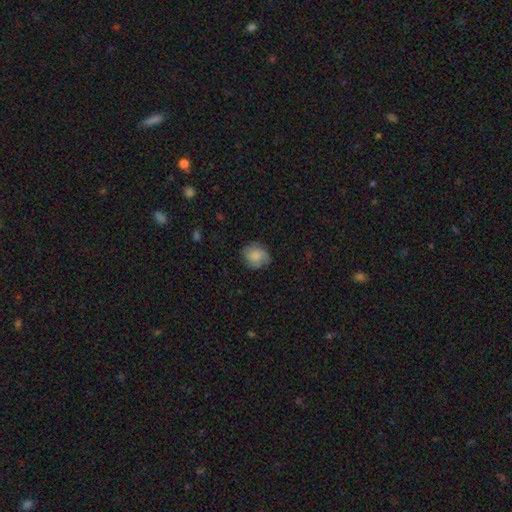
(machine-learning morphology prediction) Smooth or featured: smooth — 72% (featured or disk — 20%)
How rounded: round — 79% (in between — 20%)
Merging: none — 77% (minor disturbance — 17%)